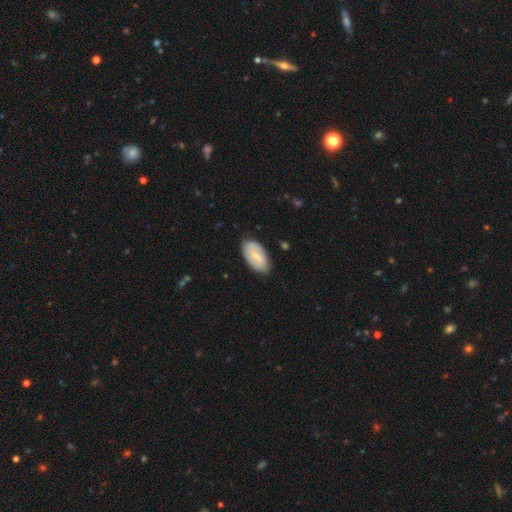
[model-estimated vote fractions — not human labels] Smooth or featured: smooth — 56% (featured or disk — 38%)
How rounded: in between — 94% (cigar-shaped — 3%)
Merging: none — 83% (minor disturbance — 13%)